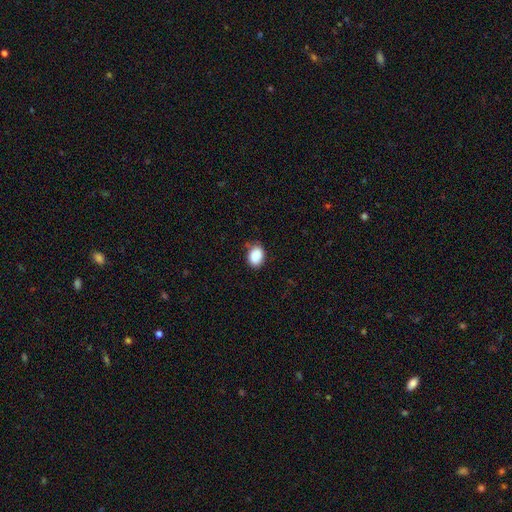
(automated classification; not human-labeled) A smooth galaxy with no disk features (89%) that is in between round and cigar-shaped (72%). Merging: none (76%).